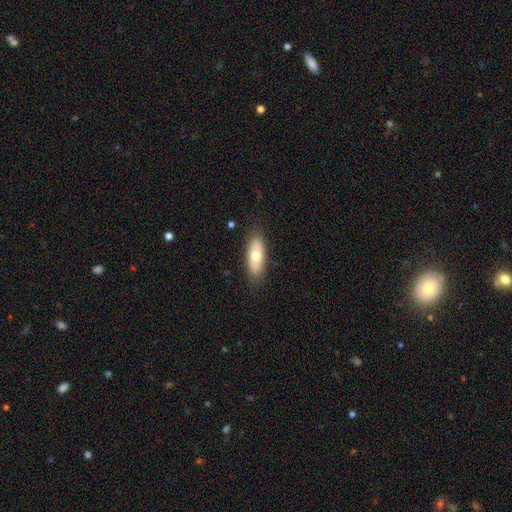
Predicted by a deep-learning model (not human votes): This appears to be a smooth galaxy with no disk features (65%) that is in between round and cigar-shaped (76%). Merging: none (84%).